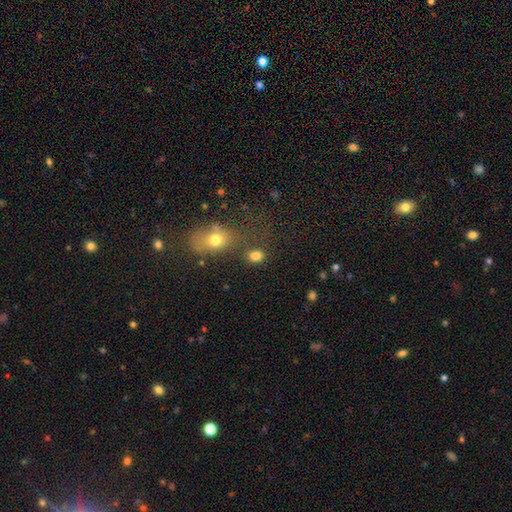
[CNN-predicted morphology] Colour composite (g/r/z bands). It shows a smooth galaxy with no disk features (80%) that is in between round and cigar-shaped (56%). Merging: none (65%).